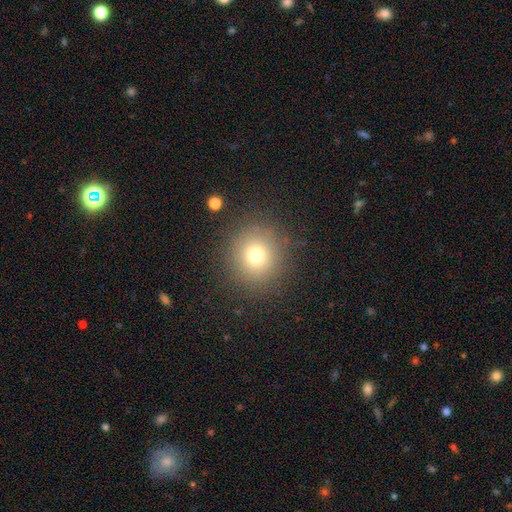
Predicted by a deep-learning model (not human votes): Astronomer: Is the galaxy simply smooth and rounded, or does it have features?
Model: smooth — 74%.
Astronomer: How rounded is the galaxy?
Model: round — 92%.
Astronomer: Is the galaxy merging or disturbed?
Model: none — 88%.